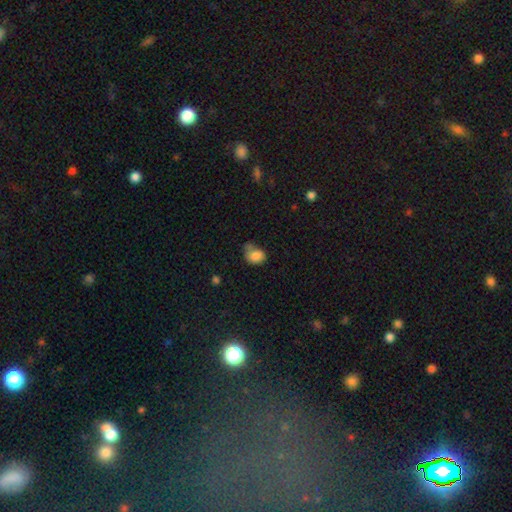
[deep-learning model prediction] smooth_or_featured: smooth (p=0.82) [alt: star or artifact p=0.09]
how_rounded: in between (p=0.60) [alt: round p=0.39]
merging: none (p=0.37) [alt: minor disturbance p=0.34]